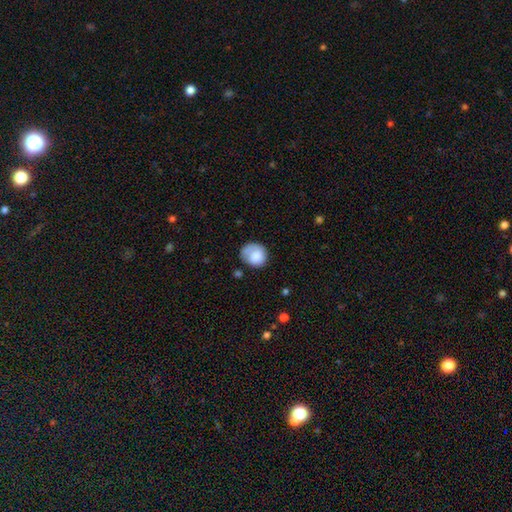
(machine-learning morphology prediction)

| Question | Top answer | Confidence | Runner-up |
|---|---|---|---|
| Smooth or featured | smooth | 76% | featured or disk (17%) |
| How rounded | round | 77% | in between (22%) |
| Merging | none | 56% | minor disturbance (25%) |